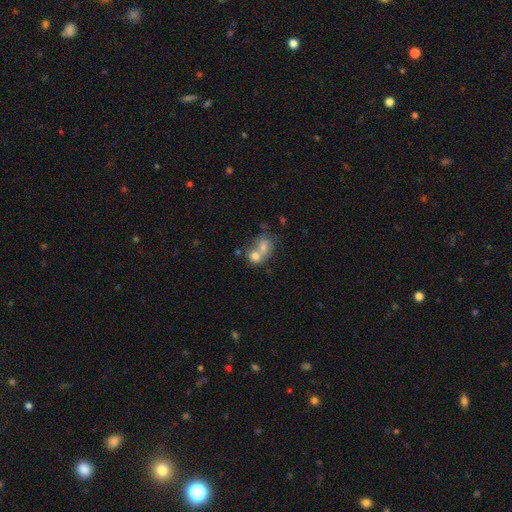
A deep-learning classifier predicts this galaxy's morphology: type=smooth (70%); roundness=in between (50%); merging=merger (72%).